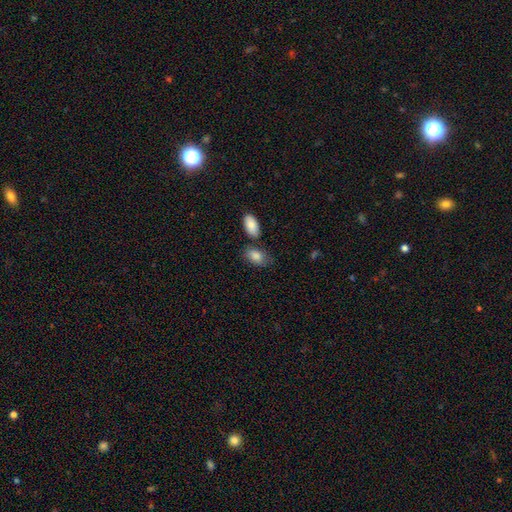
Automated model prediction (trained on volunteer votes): Overall: smooth (85%). How rounded: in between (92%). Merging: none (63%).